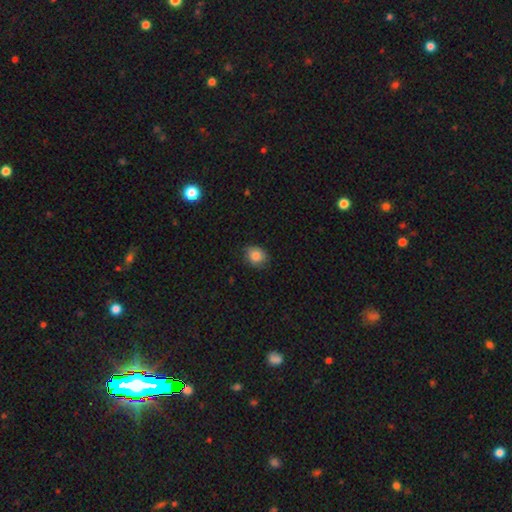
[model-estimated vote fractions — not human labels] smooth-or-featured: smooth: 84% | star or artifact: 9% | featured or disk: 7%
  how-rounded: round: 60% | in between: 39% | cigar-shaped: 1%
  merging: none: 81% | minor disturbance: 16% | major disturbance: 3% | merger: 1%